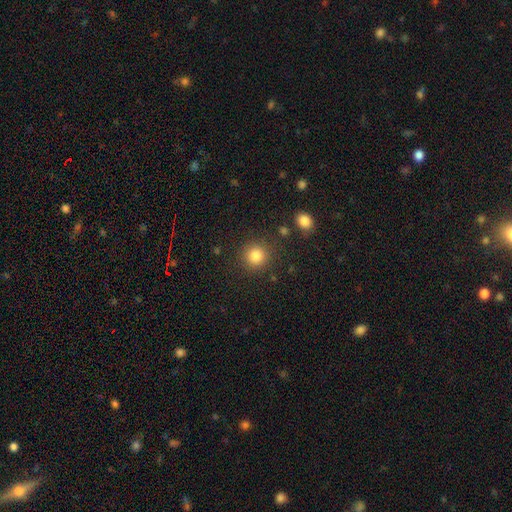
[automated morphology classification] The model was most divided on "smooth or featured": smooth: 85%, star or artifact: 11%, featured or disk: 5%. More confident: how rounded — round (92%); merging — none (86%).